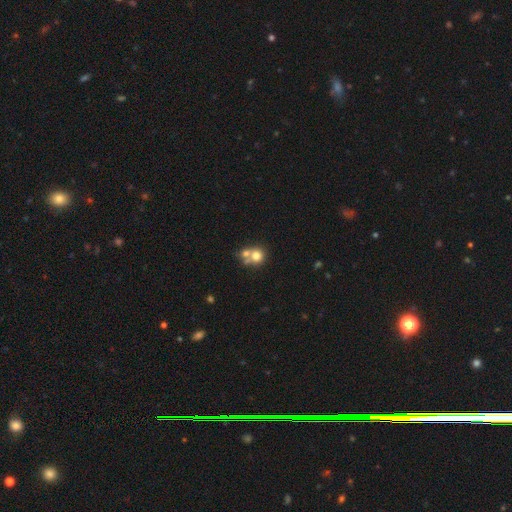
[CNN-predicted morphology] This appears to be a smooth galaxy with no disk features (71%) that is round (78%). Merging: merger (54%).